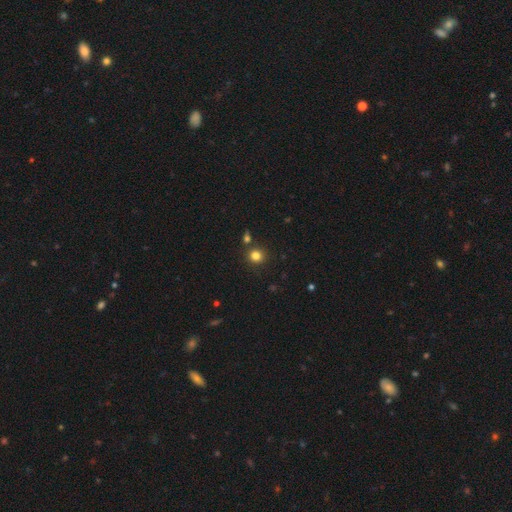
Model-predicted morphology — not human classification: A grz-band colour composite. It shows a smooth galaxy with no disk features (81%) that is round (88%). Merging: none (82%).